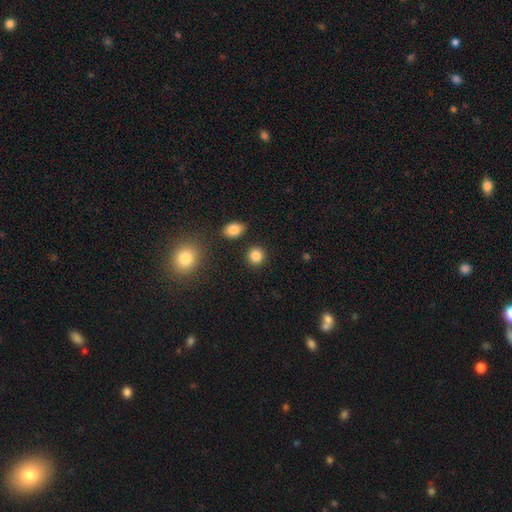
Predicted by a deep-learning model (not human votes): Smooth or featured? Predicted: smooth (p=0.86). How rounded? Predicted: round (p=0.86). Merging? Predicted: none (p=0.88).